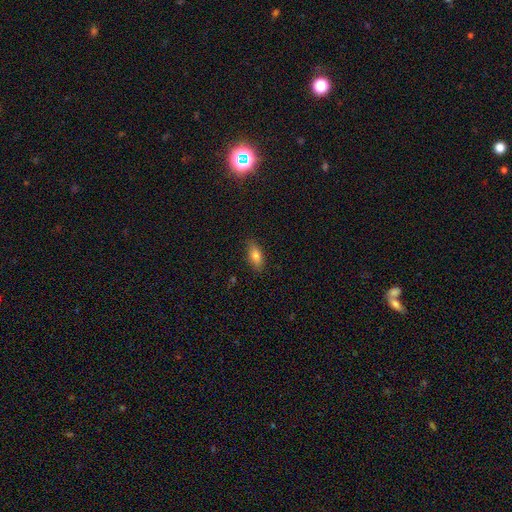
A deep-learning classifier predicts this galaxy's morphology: A smooth galaxy with no disk features (77%) that is in between round and cigar-shaped (80%).

Vote fractions:
- Smooth or featured? smooth: 77% / featured or disk: 15% / star or artifact: 8%
- How rounded? in between: 80% / cigar-shaped: 17% / round: 4%
- Merging? none: 85% / minor disturbance: 11% / major disturbance: 2% / merger: 1%